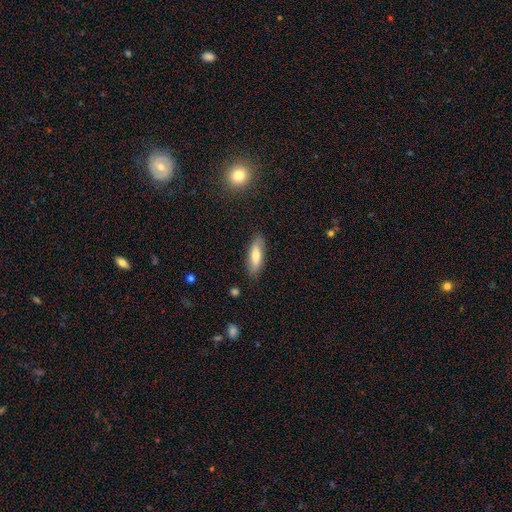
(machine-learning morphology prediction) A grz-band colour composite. It shows a smooth galaxy with no disk features (66%) that is in between round and cigar-shaped (51%). Merging: none (84%).